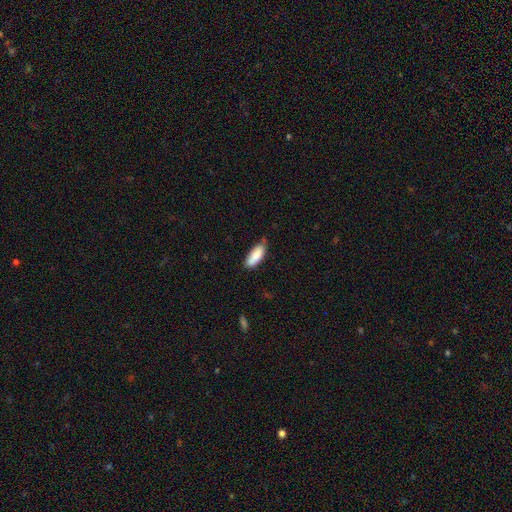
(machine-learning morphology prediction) Smooth or featured: smooth — 83% (featured or disk — 11%)
How rounded: in between — 70% (cigar-shaped — 28%)
Merging: none — 64% (minor disturbance — 29%)